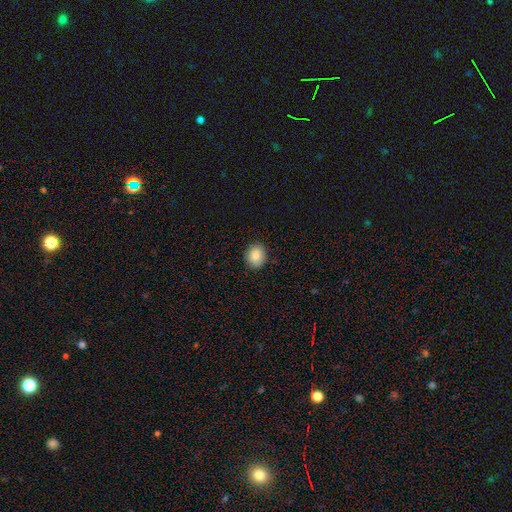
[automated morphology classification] smooth 86%, star or artifact 8%, featured or disk 6%. Down the decision tree: how rounded — round (66%); merging — none (88%).